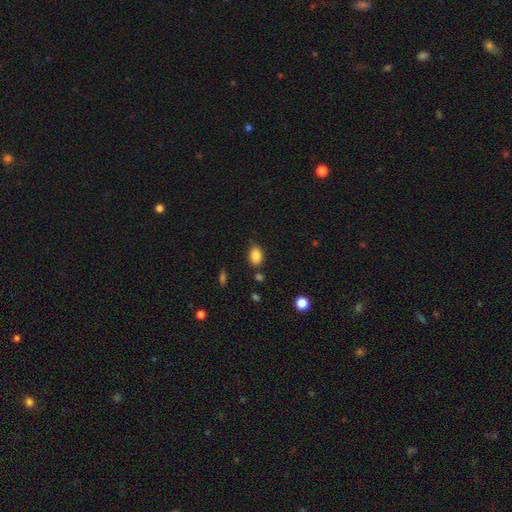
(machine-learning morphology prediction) smooth 85%, star or artifact 9%, featured or disk 5%. Down the decision tree: how rounded — in between (84%); merging — none (79%).